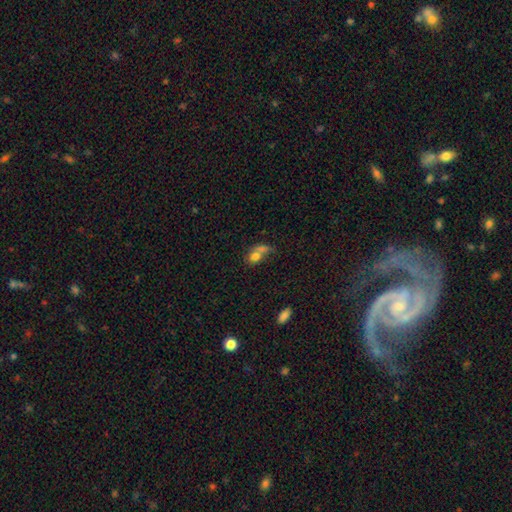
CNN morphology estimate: A smooth galaxy with no disk features (73%) that is in between round and cigar-shaped (53%).

Vote fractions:
- Smooth or featured? smooth: 73% / featured or disk: 16% / star or artifact: 11%
- How rounded? in between: 53% / round: 44% / cigar-shaped: 3%
- Merging? merger: 52% / none: 26% / major disturbance: 12% / minor disturbance: 11%